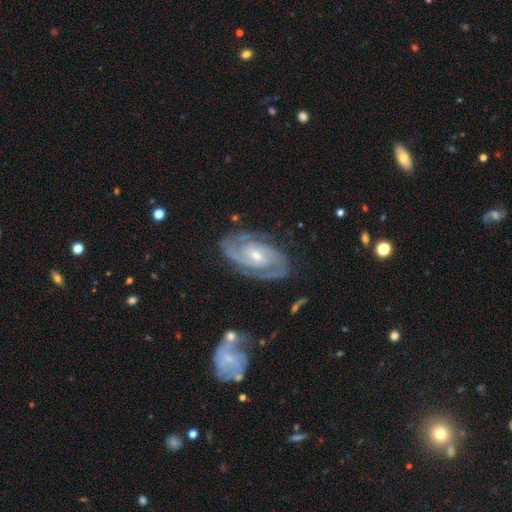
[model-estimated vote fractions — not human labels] This appears to be a featured or disk galaxy (90%) with no bar (48%), 2 (78%) tight (63%) spiral arms (98%) and a small central bulge (54%). Merging: none (77%).